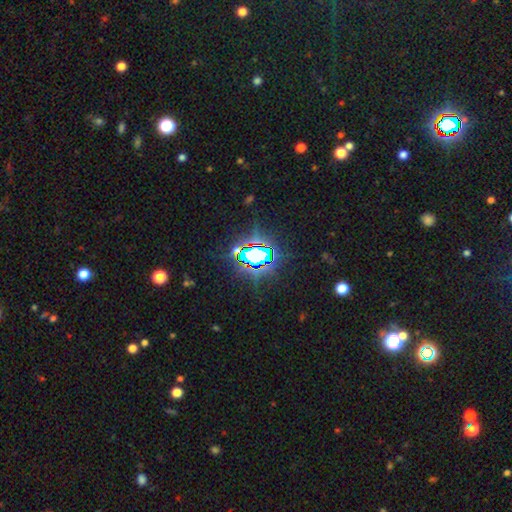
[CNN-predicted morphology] Smooth or featured? star or artifact (78%)